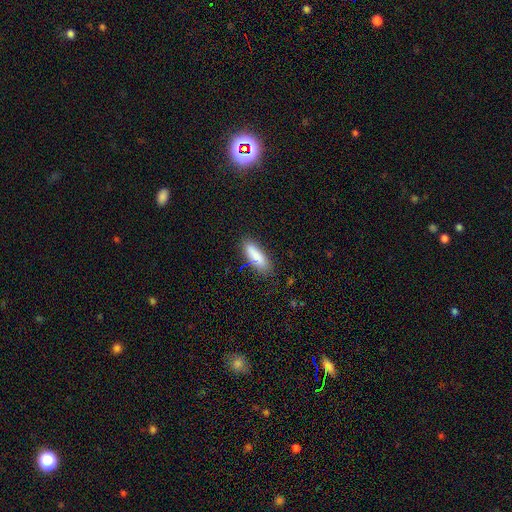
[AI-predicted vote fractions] This is clearly a smooth galaxy (85%). How rounded: possibly in between (50%). Merging: likely none (80%).